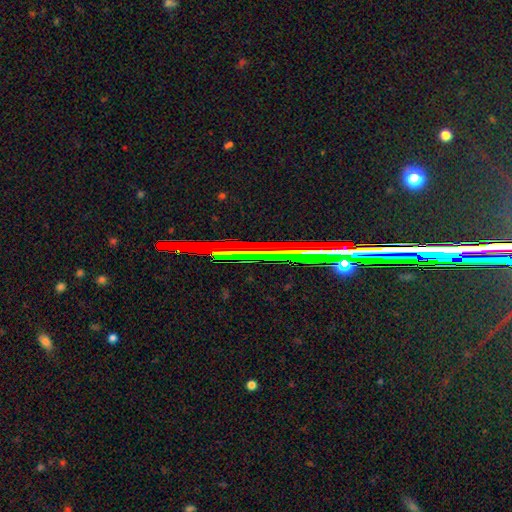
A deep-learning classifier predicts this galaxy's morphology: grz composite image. It shows a star or artifact, not a galaxy (73%).